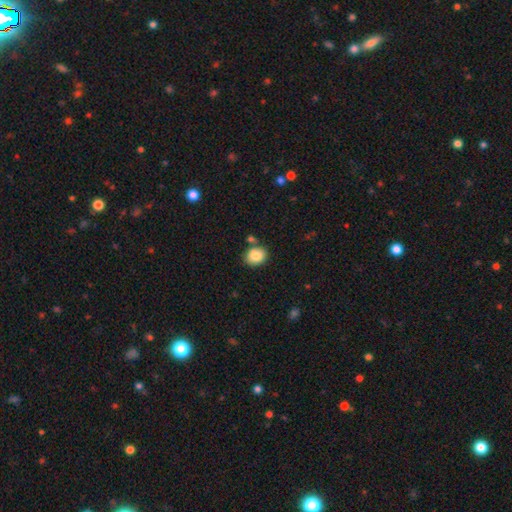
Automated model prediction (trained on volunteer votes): This is clearly a smooth galaxy (86%). How rounded: possibly round (53%). Merging: likely none (73%).